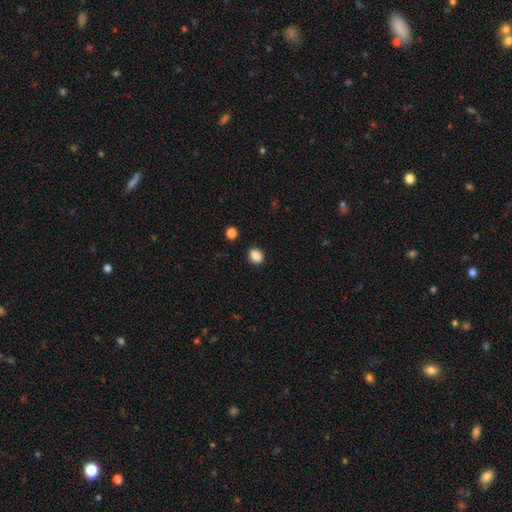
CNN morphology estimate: This is clearly a smooth galaxy (87%). How rounded: possibly round (57%). Merging: clearly none (88%).